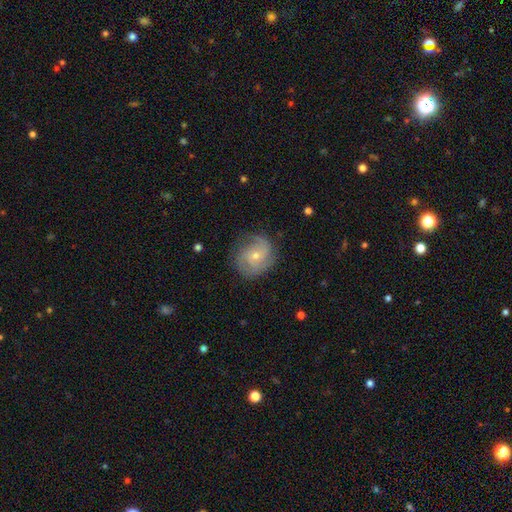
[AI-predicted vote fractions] A featured or disk galaxy (74%) with no bar (66%), 2 (36%) tight (44%) spiral arms (92%) and a small central bulge (60%).

Vote fractions:
- Smooth or featured? featured or disk: 74% / smooth: 18% / star or artifact: 8%
- Edge-on disk? no: 98% / yes: 2%
- Bar? no: 66% / weak: 29% / strong: 5%
- Spiral arms? yes: 92% / no: 8%
- Spiral winding? tight: 44% / medium: 40% / loose: 15%
- Spiral arm count? 2: 36% / can't tell: 25% / 3: 24% / 4: 6% / 1: 5% / more than 4: 4%
- Bulge size? small: 60% / moderate: 37% / none: 1% / large: 1% / dominant: 1%
- Merging? none: 74% / minor disturbance: 18% / major disturbance: 6% / merger: 1%